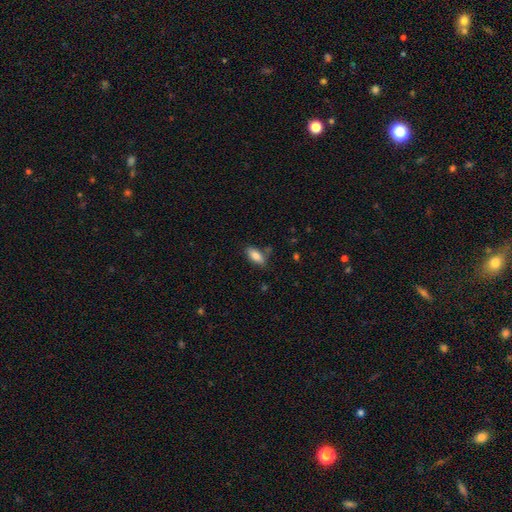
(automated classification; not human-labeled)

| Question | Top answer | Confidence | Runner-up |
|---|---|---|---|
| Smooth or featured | smooth | 83% | featured or disk (10%) |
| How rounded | in between | 84% | cigar-shaped (14%) |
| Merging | none | 74% | minor disturbance (17%) |